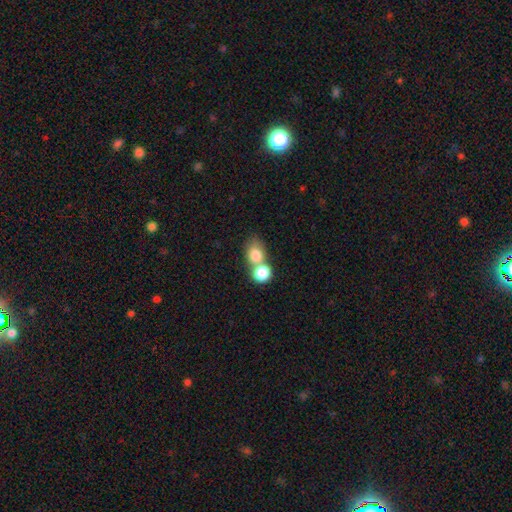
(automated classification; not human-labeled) Overall: smooth (78%). How rounded: round (52%; in between 47%). Merging: merger (62%; none 28%).